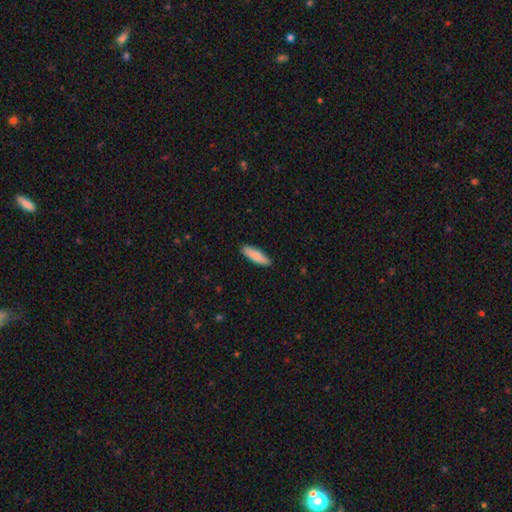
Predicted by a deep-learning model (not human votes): Smooth or featured?
  - smooth: 81% *
  - featured or disk: 14%
  - star or artifact: 6%
How rounded?
  - cigar-shaped: 58% *
  - in between: 40%
  - round: 2%
Merging?
  - none: 90% *
  - minor disturbance: 8%
  - major disturbance: 1%
  - merger: 1%